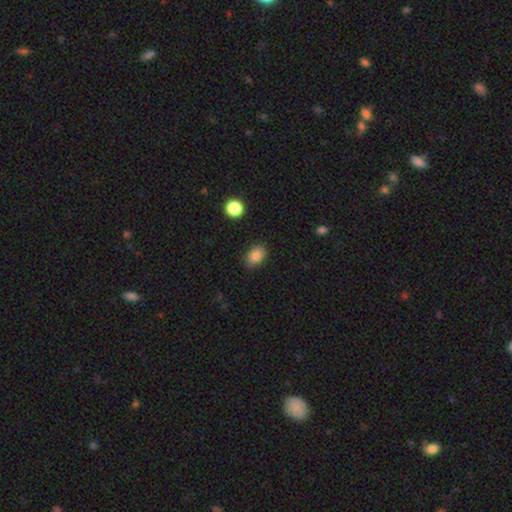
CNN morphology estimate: smooth_or_featured: smooth (p=0.85) [alt: star or artifact p=0.10]
how_rounded: in between (p=0.72) [alt: round p=0.27]
merging: none (p=0.82) [alt: minor disturbance p=0.14]